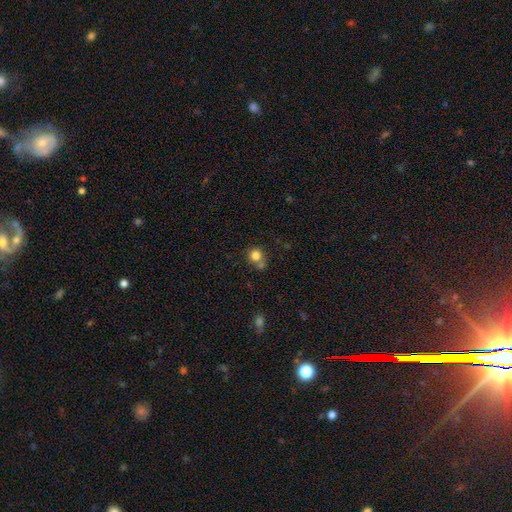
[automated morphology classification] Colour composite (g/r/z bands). It shows a smooth galaxy with no disk features (80%) that is round (88%). Merging: none (56%).